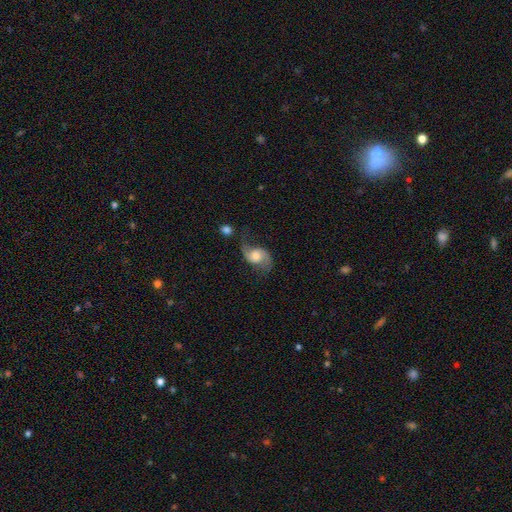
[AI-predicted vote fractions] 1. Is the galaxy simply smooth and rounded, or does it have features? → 77% featured or disk, 16% smooth, 7% star or artifact.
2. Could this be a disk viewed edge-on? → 97% no, 3% yes.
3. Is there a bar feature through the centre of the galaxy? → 64% no, 31% weak, 6% strong.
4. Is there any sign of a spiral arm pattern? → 94% yes, 6% no.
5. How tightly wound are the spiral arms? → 67% loose, 26% medium, 6% tight.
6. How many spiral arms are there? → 91% 2, 4% 1, 2% can't tell, 1% 3, 1% 4, 1% more than 4.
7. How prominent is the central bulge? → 55% moderate, 19% small, 19% large, 4% none, 3% dominant.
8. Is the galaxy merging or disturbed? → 57% none, 21% minor disturbance, 14% major disturbance, 8% merger.